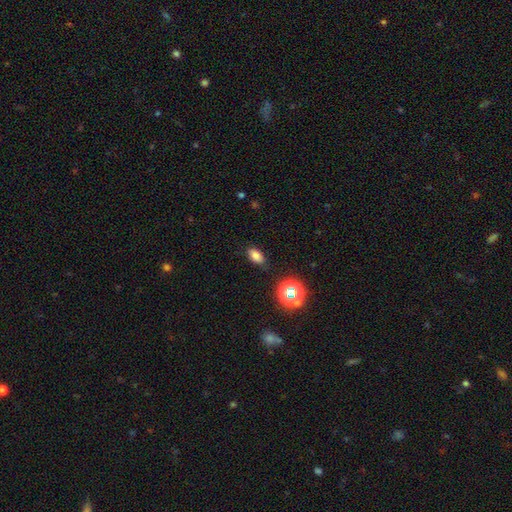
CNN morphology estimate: This is likely a smooth galaxy (78%). How rounded: clearly in between (87%). Merging: clearly none (84%).